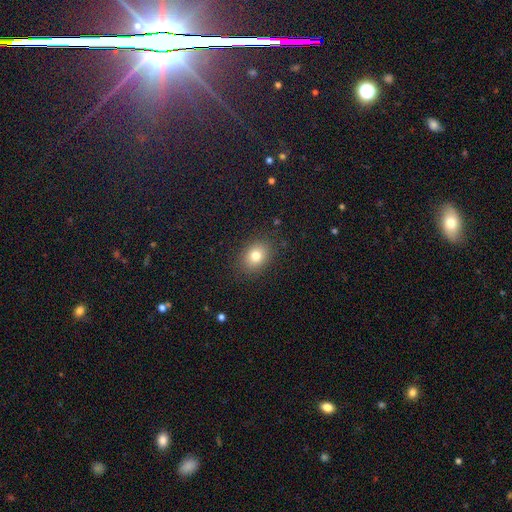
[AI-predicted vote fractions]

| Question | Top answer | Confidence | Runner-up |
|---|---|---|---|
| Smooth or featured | smooth | 79% | star or artifact (12%) |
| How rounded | in between | 53% | round (46%) |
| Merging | none | 87% | minor disturbance (9%) |